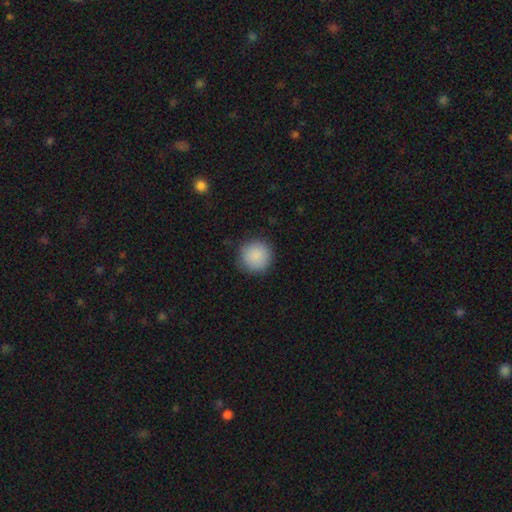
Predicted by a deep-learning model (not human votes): Smooth or featured? smooth (89%)
How rounded? round (95%)
Merging? none (88%)